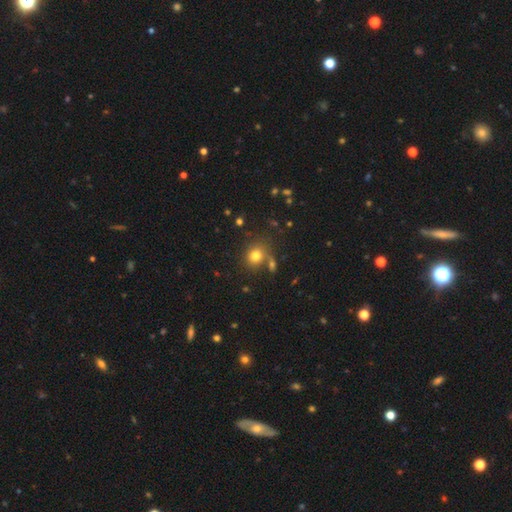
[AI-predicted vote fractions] smooth 78%, star or artifact 14%, featured or disk 9%. Down the decision tree: how rounded — round (72%); merging — none (67%).